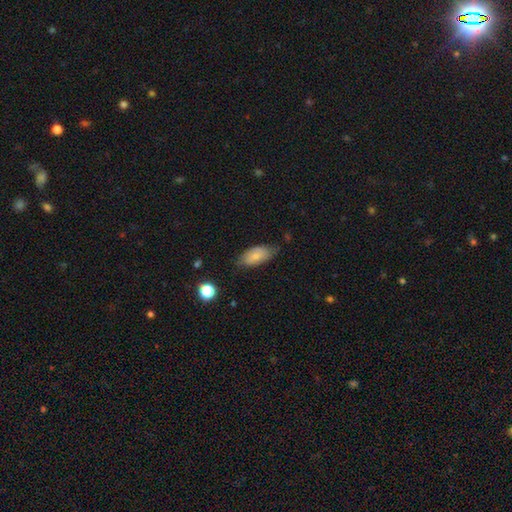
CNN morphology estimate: smooth 71%, featured or disk 22%, star or artifact 7%. Down the decision tree: how rounded — in between (90%); merging — none (64%).